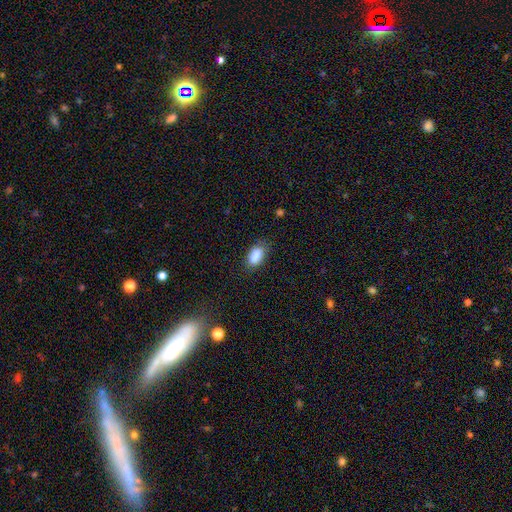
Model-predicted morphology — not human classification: This appears to be a smooth galaxy with no disk features (87%) that is in between round and cigar-shaped (91%). Merging: none (77%).